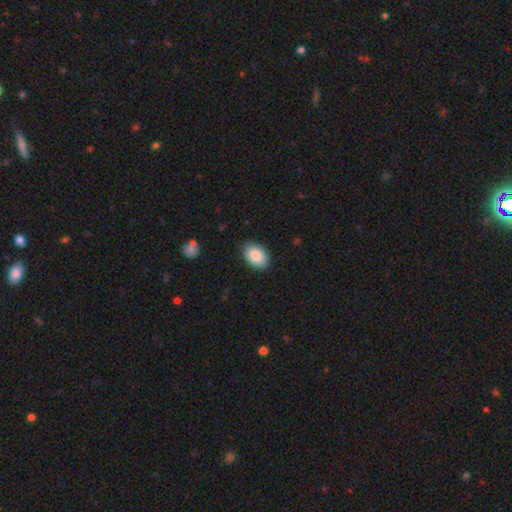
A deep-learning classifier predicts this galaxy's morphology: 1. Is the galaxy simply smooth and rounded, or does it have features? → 87% smooth, 7% featured or disk, 6% star or artifact.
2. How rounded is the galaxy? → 90% in between, 9% round, 1% cigar-shaped.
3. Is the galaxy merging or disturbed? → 87% none, 10% minor disturbance, 2% major disturbance, 1% merger.